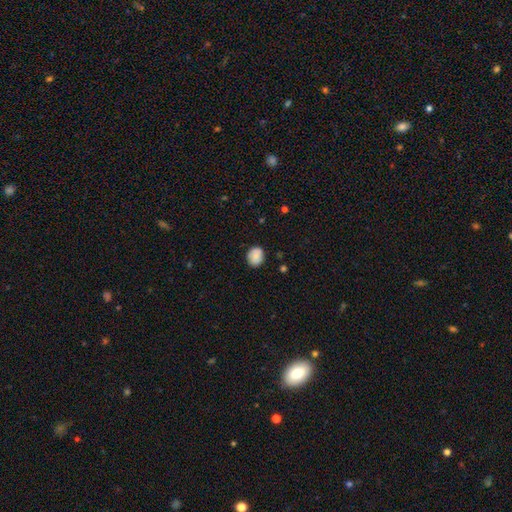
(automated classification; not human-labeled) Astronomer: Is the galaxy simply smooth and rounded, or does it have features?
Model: smooth — 84%.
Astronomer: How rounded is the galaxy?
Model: round — 65%.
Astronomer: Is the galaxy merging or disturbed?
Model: none — 80%.